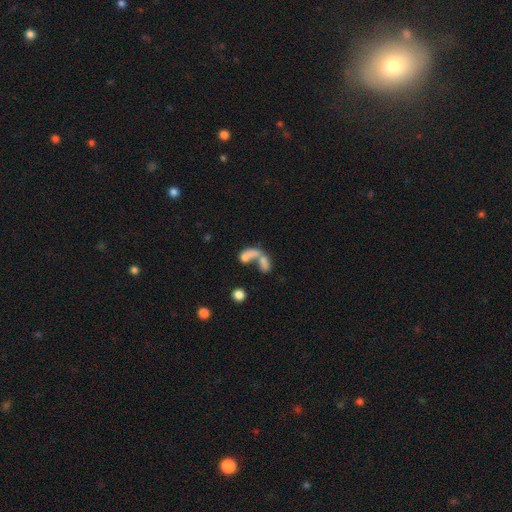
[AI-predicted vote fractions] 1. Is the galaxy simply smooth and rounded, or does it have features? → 50% smooth, 31% featured or disk, 18% star or artifact.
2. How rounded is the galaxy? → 64% in between, 20% round, 16% cigar-shaped.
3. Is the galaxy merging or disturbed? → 61% merger, 20% none, 12% major disturbance, 7% minor disturbance.